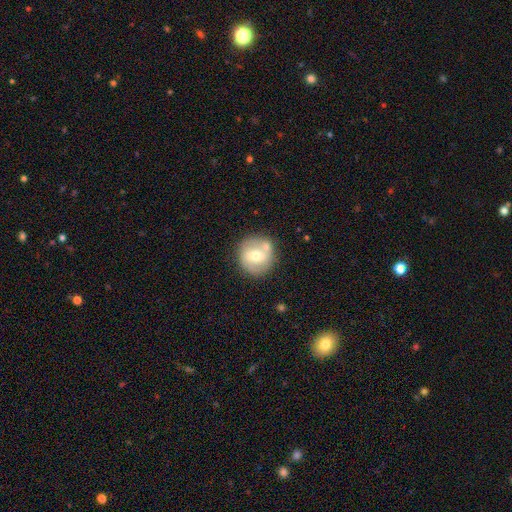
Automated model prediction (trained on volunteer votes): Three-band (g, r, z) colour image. It shows a smooth galaxy with no disk features (52%) that is round (92%). Merging: none (68%).